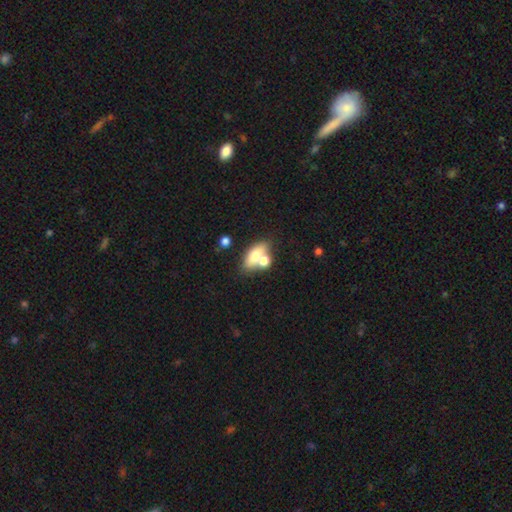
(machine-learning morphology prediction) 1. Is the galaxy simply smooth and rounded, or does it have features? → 66% smooth, 25% featured or disk, 9% star or artifact.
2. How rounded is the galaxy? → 74% in between, 13% round, 12% cigar-shaped.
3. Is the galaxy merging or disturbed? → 44% none, 39% merger, 11% minor disturbance, 5% major disturbance.